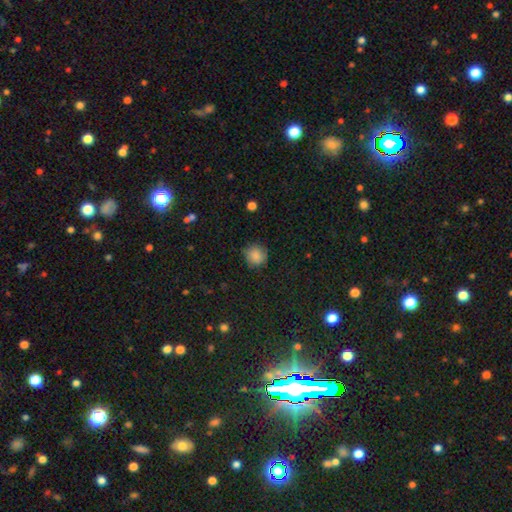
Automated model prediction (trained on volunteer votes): A smooth galaxy with no disk features (83%) that is round (90%). Merging: none (79%).